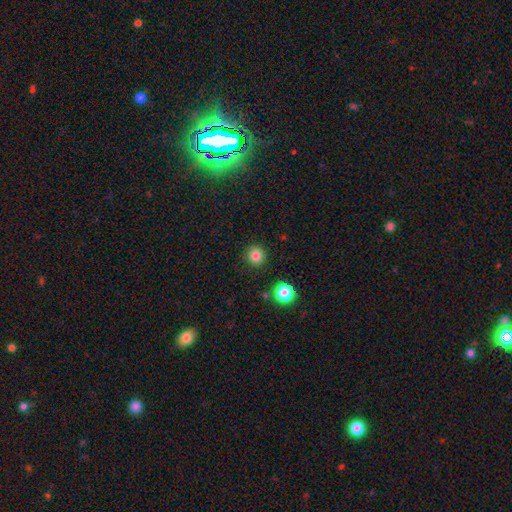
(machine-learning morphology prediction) A smooth galaxy with no disk features (83%) that is round (93%).

Vote fractions:
- Smooth or featured? smooth: 83% / star or artifact: 12% / featured or disk: 5%
- How rounded? round: 93% / in between: 7% / cigar-shaped: 1%
- Merging? none: 90% / minor disturbance: 6% / major disturbance: 2% / merger: 2%